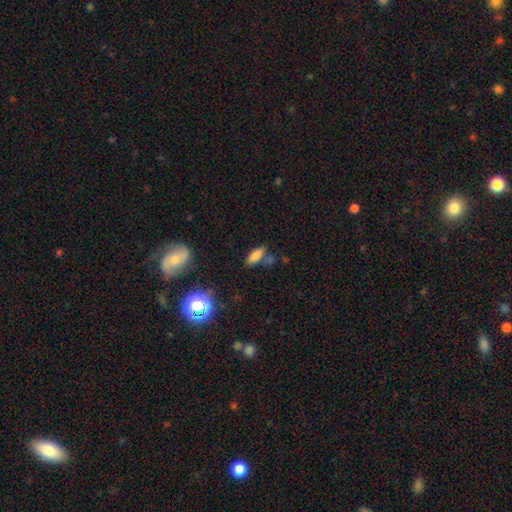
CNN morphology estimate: Smooth or featured? smooth (78%)
How rounded? in between (76%)
Merging? none (63%)